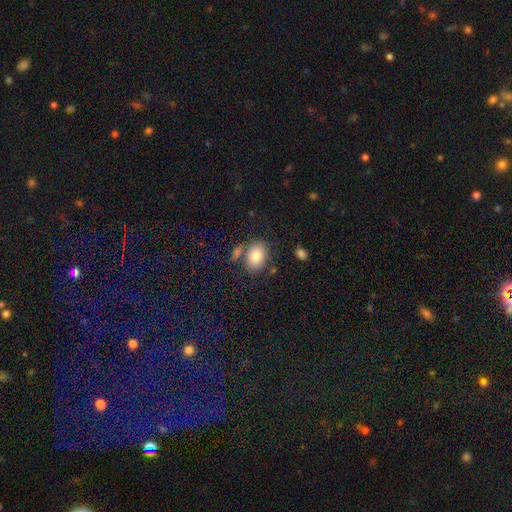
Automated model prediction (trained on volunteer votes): This appears to be a smooth galaxy with no disk features (81%) that is in between round and cigar-shaped (69%). Merging: none (67%).